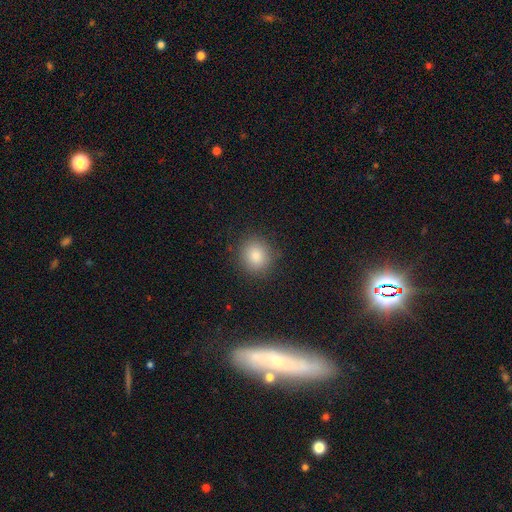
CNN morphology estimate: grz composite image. It shows a smooth galaxy with no disk features (86%) that is round (81%). Merging: none (87%).